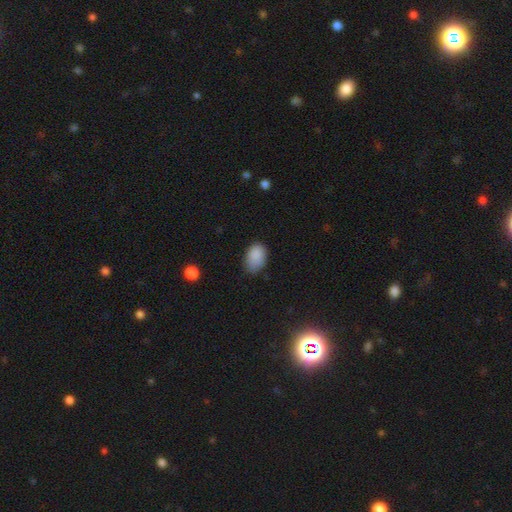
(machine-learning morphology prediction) Smooth or featured?
  - smooth: 87% *
  - star or artifact: 8%
  - featured or disk: 4%
How rounded?
  - in between: 88% *
  - round: 11%
  - cigar-shaped: 1%
Merging?
  - none: 67% *
  - minor disturbance: 26%
  - major disturbance: 5%
  - merger: 2%